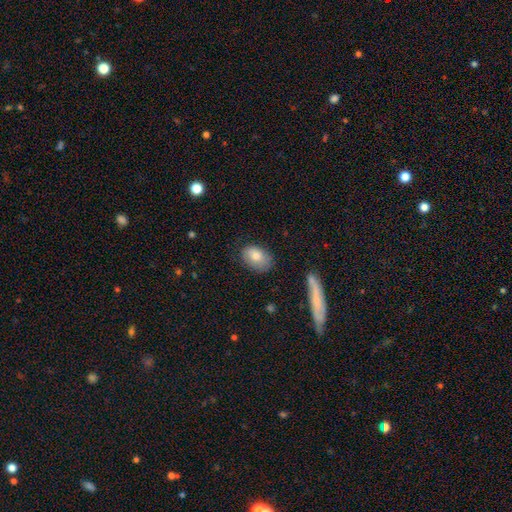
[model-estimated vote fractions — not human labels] This is likely a smooth galaxy (78%). How rounded: clearly in between (84%). Merging: likely none (74%).